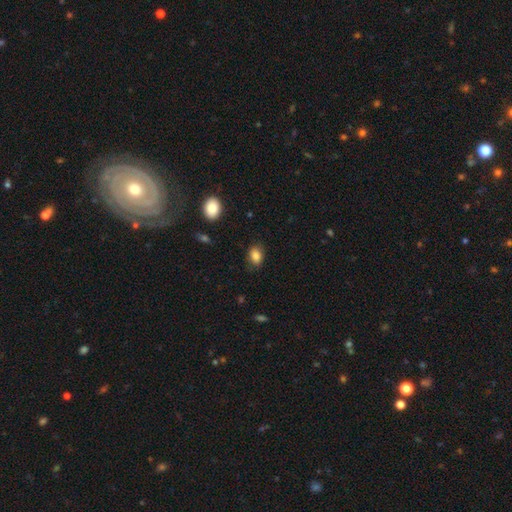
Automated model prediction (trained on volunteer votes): Overall: smooth (86%). How rounded: in between (74%). Merging: none (81%).